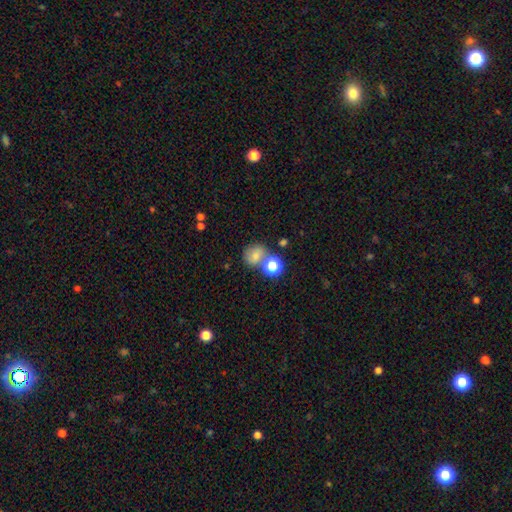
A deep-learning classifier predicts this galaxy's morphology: Q: Smooth or featured?
A: smooth (71%); runner-up: star or artifact (16%)
Q: How rounded?
A: round (68%); runner-up: in between (30%)
Q: Merging?
A: none (54%); runner-up: merger (28%)